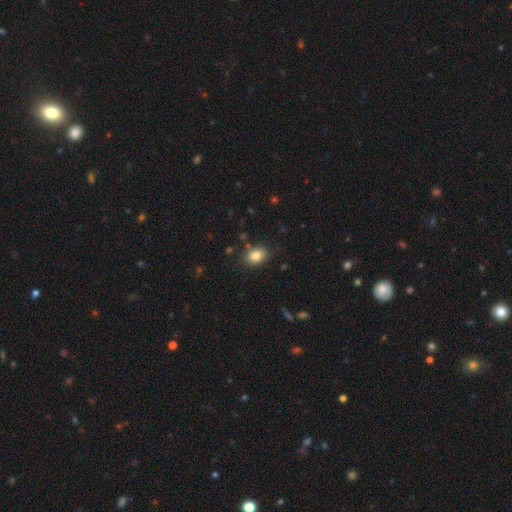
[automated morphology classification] Overall: smooth (82%). How rounded: in between (65%; round 34%). Merging: none (84%).